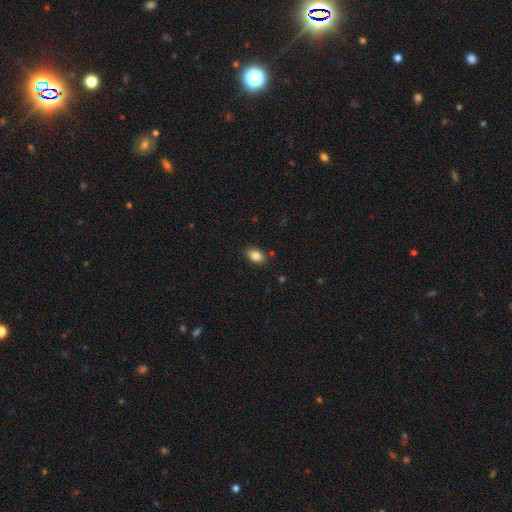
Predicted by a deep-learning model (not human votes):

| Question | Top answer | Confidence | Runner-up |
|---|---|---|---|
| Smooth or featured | smooth | 86% | star or artifact (8%) |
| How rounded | in between | 88% | round (10%) |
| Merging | none | 85% | minor disturbance (10%) |